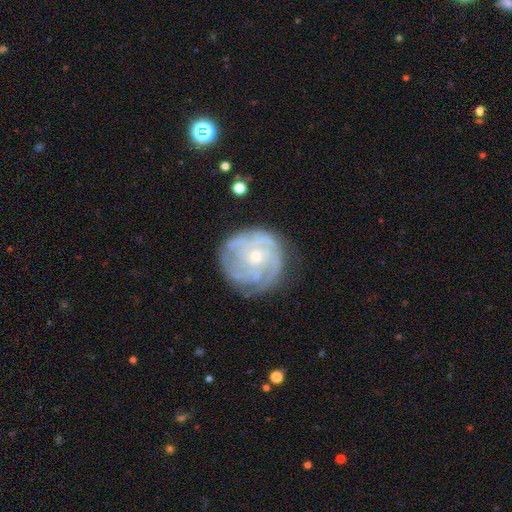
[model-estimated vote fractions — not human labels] featured or disk 76%, smooth 16%, star or artifact 7%. Down the decision tree: edge-on disk — no (97%); bar — no (80%); spiral arms — yes (87%); spiral arm count — can't tell (44%); spiral winding — tight (71%); bulge size — small (66%); merging — none (74%).